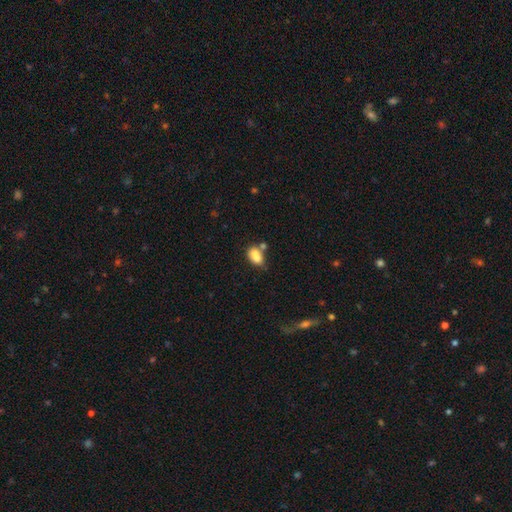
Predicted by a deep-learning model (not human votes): The model was most divided on "merging": merger: 42%, none: 36%, minor disturbance: 16%, major disturbance: 6%. More confident: how rounded — in between (85%); smooth or featured — smooth (78%).